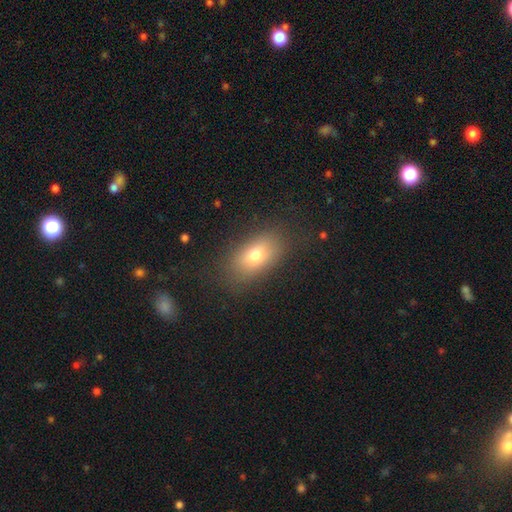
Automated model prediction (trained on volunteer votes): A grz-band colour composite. It shows a smooth galaxy with no disk features (73%) that is in between round and cigar-shaped (86%). Merging: none (80%).